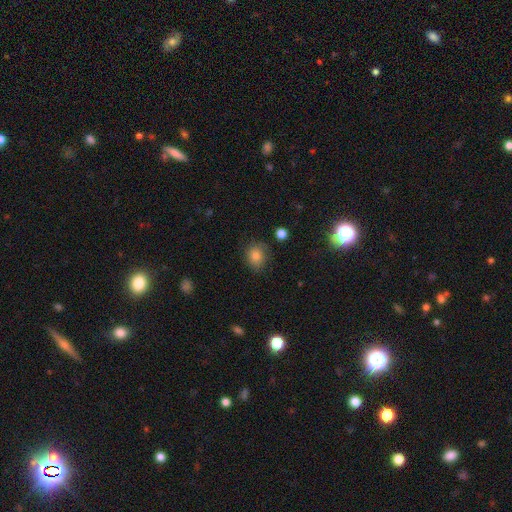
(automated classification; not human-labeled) A smooth galaxy with no disk features (83%) that is round (63%).

Vote fractions:
- Smooth or featured? smooth: 83% / star or artifact: 10% / featured or disk: 7%
- How rounded? round: 63% / in between: 36% / cigar-shaped: 1%
- Merging? none: 72% / minor disturbance: 20% / major disturbance: 6% / merger: 2%